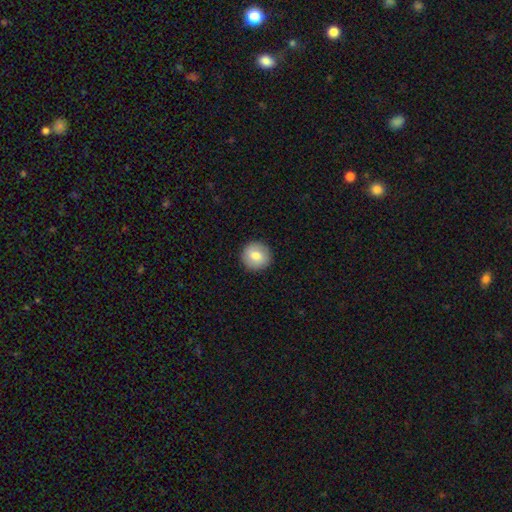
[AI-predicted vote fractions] The model was most divided on "smooth or featured": smooth: 79%, featured or disk: 14%, star or artifact: 7%. More confident: how rounded — round (93%); merging — none (91%).